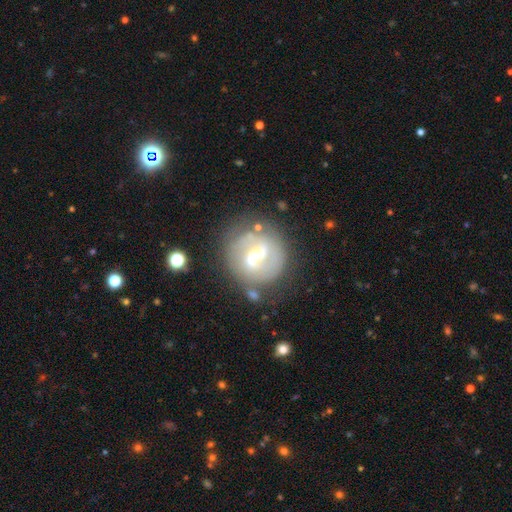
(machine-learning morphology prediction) A featured or disk galaxy (77%) with a weak bar (50%), 2 (78%) medium (45%) spiral arms (84%) and a moderate central bulge (48%).

Vote fractions:
- Smooth or featured? featured or disk: 77% / smooth: 16% / star or artifact: 7%
- Edge-on disk? no: 97% / yes: 3%
- Bar? weak: 50% / strong: 30% / no: 20%
- Spiral arms? yes: 84% / no: 16%
- Spiral winding? medium: 45% / tight: 31% / loose: 25%
- Spiral arm count? 2: 78% / can't tell: 12% / 1: 4% / 3: 3% / 4: 1% / more than 4: 1%
- Bulge size? moderate: 48% / small: 47% / large: 3% / none: 1% / dominant: 1%
- Merging? none: 71% / minor disturbance: 15% / major disturbance: 7% / merger: 7%